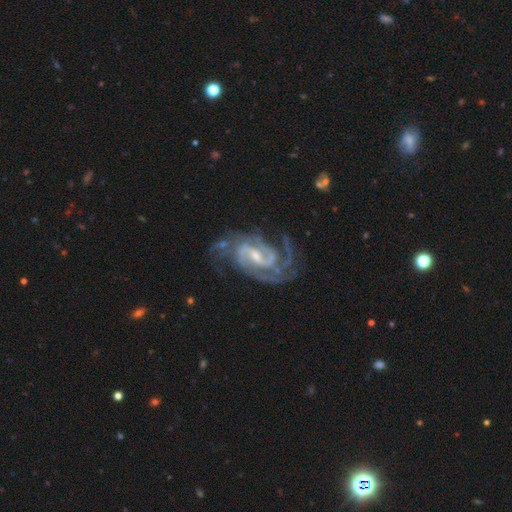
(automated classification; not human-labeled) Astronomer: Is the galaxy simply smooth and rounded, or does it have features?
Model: featured or disk — 92%.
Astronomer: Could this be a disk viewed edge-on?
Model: no — 98%.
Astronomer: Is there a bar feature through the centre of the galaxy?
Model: weak — 54% (runner-up: strong, 29%).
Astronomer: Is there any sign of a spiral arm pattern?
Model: yes — 98%.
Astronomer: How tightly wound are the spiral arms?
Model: medium — 46% (runner-up: tight, 45%).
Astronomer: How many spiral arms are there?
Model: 2 — 44% (runner-up: 3, 26%).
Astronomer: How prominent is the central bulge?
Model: small — 52% (runner-up: moderate, 40%).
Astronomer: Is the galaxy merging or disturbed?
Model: none — 62%.